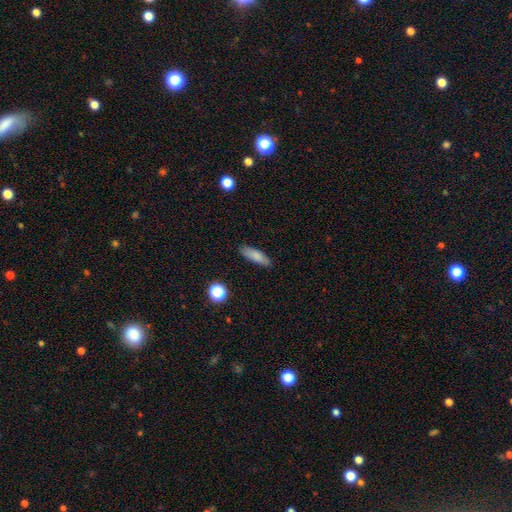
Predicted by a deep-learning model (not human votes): Smooth or featured?
  - smooth: 81% *
  - featured or disk: 11%
  - star or artifact: 8%
How rounded?
  - cigar-shaped: 50% *
  - in between: 47%
  - round: 2%
Merging?
  - none: 86% *
  - minor disturbance: 11%
  - major disturbance: 2%
  - merger: 1%